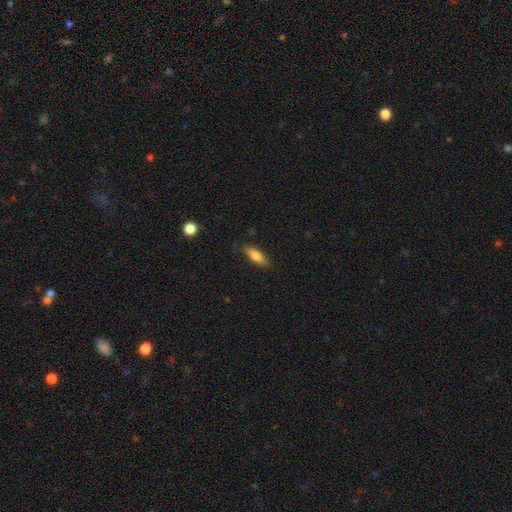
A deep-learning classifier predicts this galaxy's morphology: Smooth or featured?
  - smooth: 76% *
  - featured or disk: 18%
  - star or artifact: 7%
How rounded?
  - in between: 65% *
  - cigar-shaped: 33%
  - round: 2%
Merging?
  - none: 82% *
  - minor disturbance: 14%
  - major disturbance: 3%
  - merger: 1%